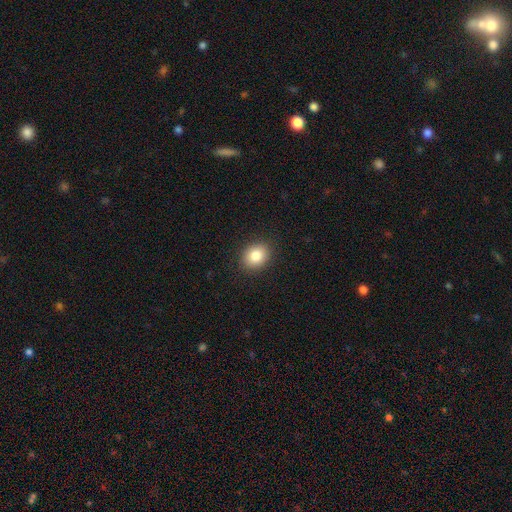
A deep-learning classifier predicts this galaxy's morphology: Smooth or featured? Predicted: smooth (p=0.84). How rounded? Predicted: round (p=0.53). Merging? Predicted: none (p=0.90).